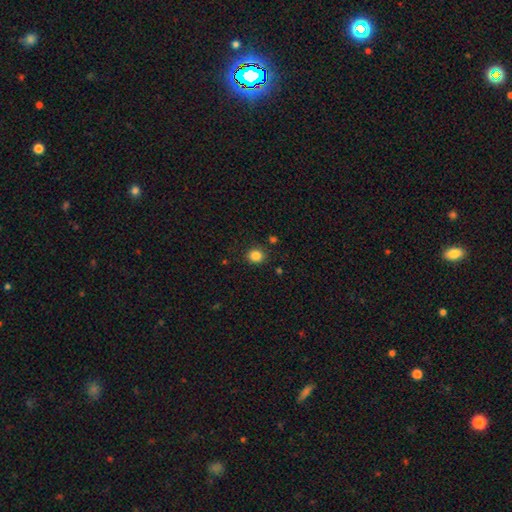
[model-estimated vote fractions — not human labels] This appears to be a smooth galaxy with no disk features (85%) that is round (80%). Merging: none (86%).